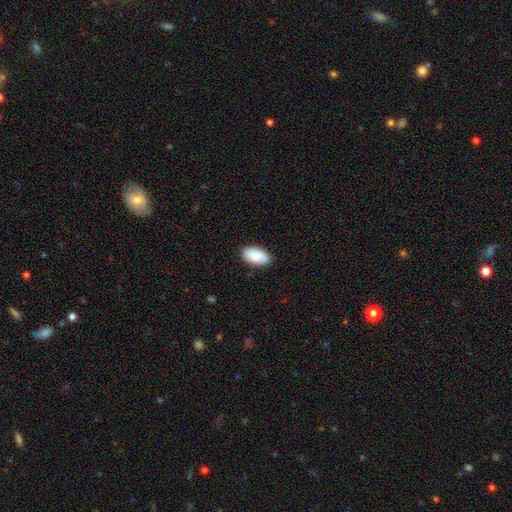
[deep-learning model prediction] A smooth galaxy with no disk features (84%) that is in between round and cigar-shaped (95%). Merging: none (87%).